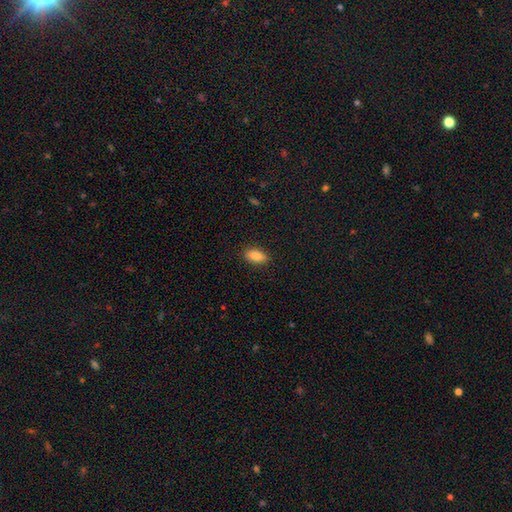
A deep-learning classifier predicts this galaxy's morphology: This appears to be a smooth galaxy with no disk features (87%) that is in between round and cigar-shaped (90%). Merging: none (87%).